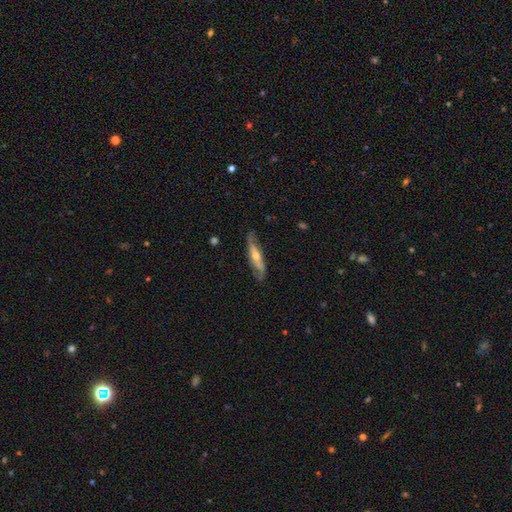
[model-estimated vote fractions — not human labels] Overall: featured or disk (66%; smooth 29%). Edge-on disk: yes (53%; no 47%). Merging: none (76%).